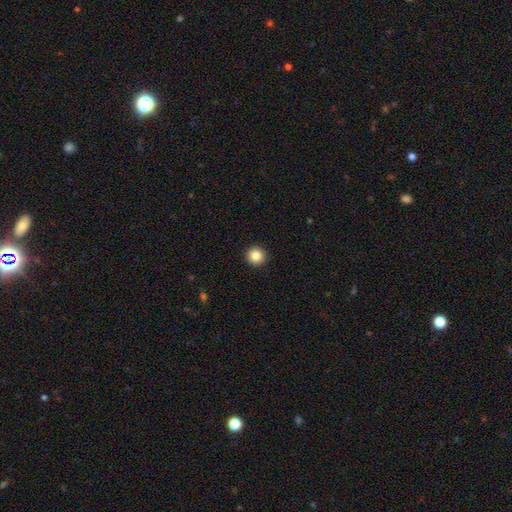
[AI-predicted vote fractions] Overall: smooth (86%). How rounded: round (96%). Merging: none (94%).